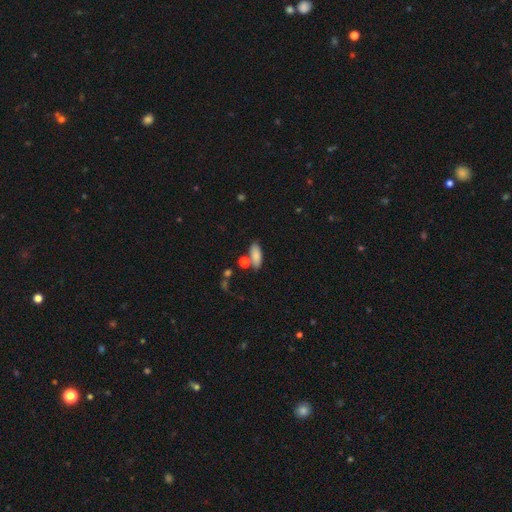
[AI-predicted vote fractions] smooth 85%, star or artifact 8%, featured or disk 8%. Down the decision tree: how rounded — in between (77%); merging — none (68%).